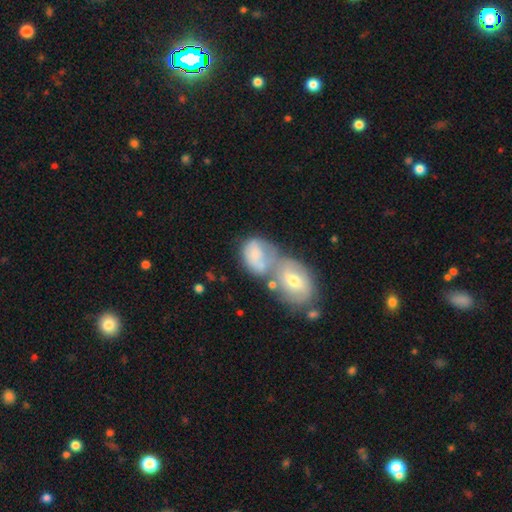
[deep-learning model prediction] Smooth or featured? smooth (56%)
How rounded? in between (69%)
Merging? merger (66%)